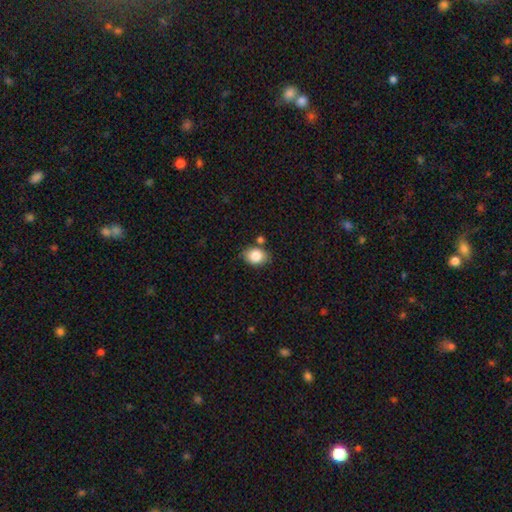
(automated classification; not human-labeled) This is clearly a smooth galaxy (86%). How rounded: likely in between (64%). Merging: likely none (74%).